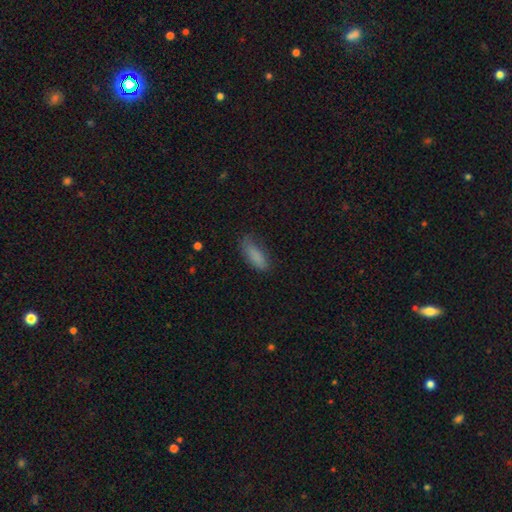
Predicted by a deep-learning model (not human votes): smooth_or_featured: smooth (p=0.85) [alt: star or artifact p=0.08]
how_rounded: in between (p=0.67) [alt: cigar-shaped p=0.31]
merging: none (p=0.62) [alt: minor disturbance p=0.28]